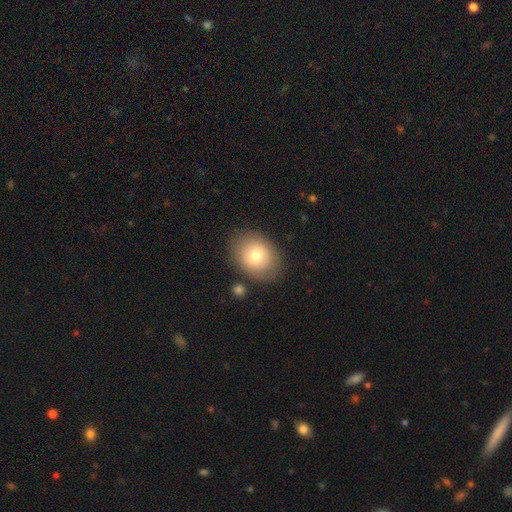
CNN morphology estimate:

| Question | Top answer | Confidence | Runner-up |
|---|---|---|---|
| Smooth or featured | smooth | 76% | featured or disk (17%) |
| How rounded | in between | 61% | round (38%) |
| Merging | none | 80% | minor disturbance (13%) |